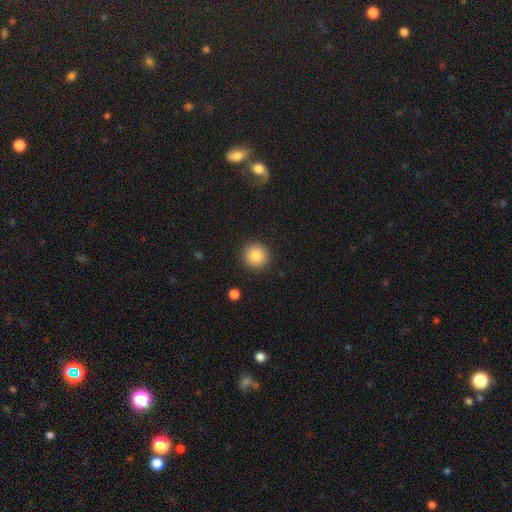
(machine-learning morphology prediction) smooth-or-featured: smooth: 85% | star or artifact: 9% | featured or disk: 6%
  how-rounded: round: 95% | in between: 4% | cigar-shaped: 1%
  merging: none: 91% | minor disturbance: 6% | major disturbance: 2% | merger: 1%